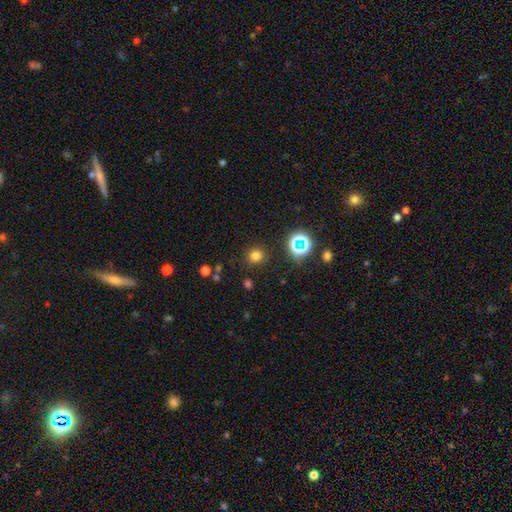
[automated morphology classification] Overall: smooth (74%). How rounded: round (90%). Merging: none (88%).